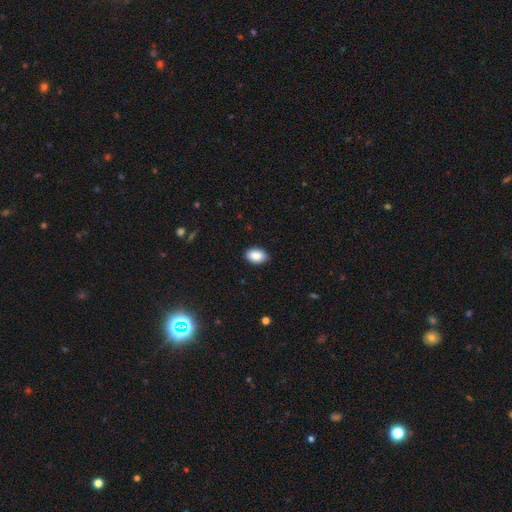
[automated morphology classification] This appears to be a smooth galaxy with no disk features (88%) that is in between round and cigar-shaped (88%). Merging: none (89%).